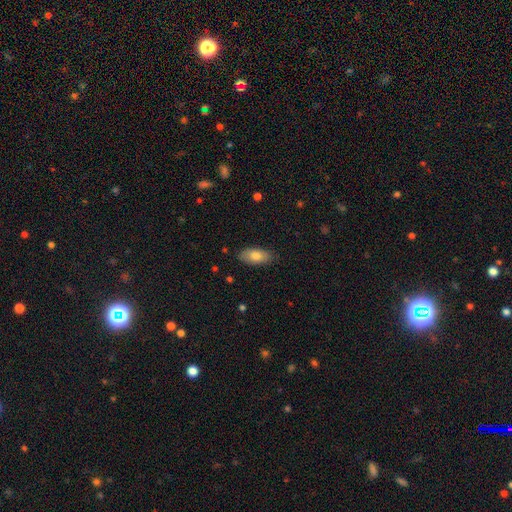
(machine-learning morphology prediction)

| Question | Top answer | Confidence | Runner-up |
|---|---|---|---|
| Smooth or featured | smooth | 78% | featured or disk (15%) |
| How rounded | in between | 91% | cigar-shaped (6%) |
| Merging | none | 86% | minor disturbance (11%) |